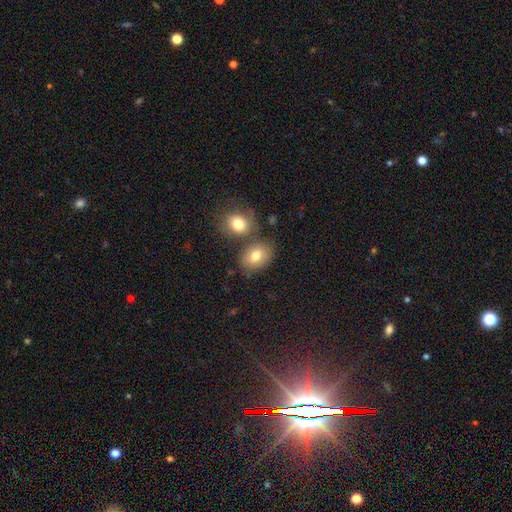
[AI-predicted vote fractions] The model was most divided on "merging": none: 63%, merger: 22%, minor disturbance: 12%, major disturbance: 4%. More confident: smooth or featured — smooth (78%); how rounded — in between (72%).